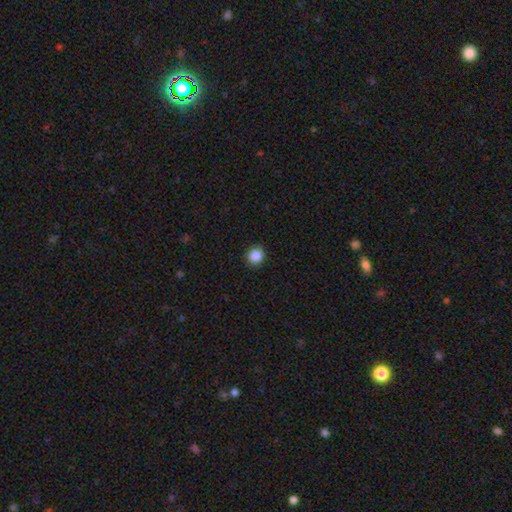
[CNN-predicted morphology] Smooth or featured?
  - smooth: 87% *
  - star or artifact: 10%
  - featured or disk: 3%
How rounded?
  - round: 89% *
  - in between: 10%
  - cigar-shaped: 1%
Merging?
  - none: 92% *
  - minor disturbance: 5%
  - major disturbance: 2%
  - merger: 1%